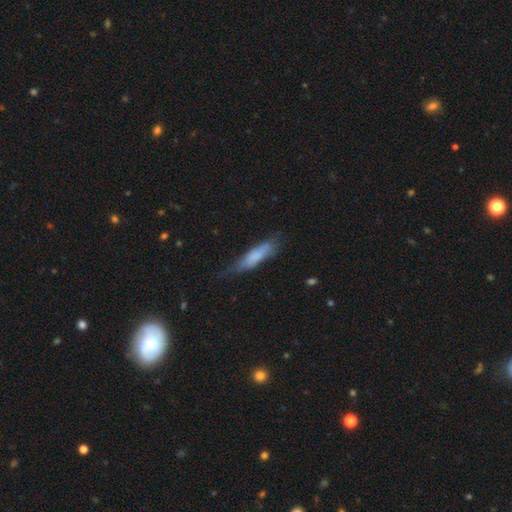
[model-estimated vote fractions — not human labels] A smooth galaxy with no disk features (71%) that is cigar-shaped (73%). Merging: none (53%).